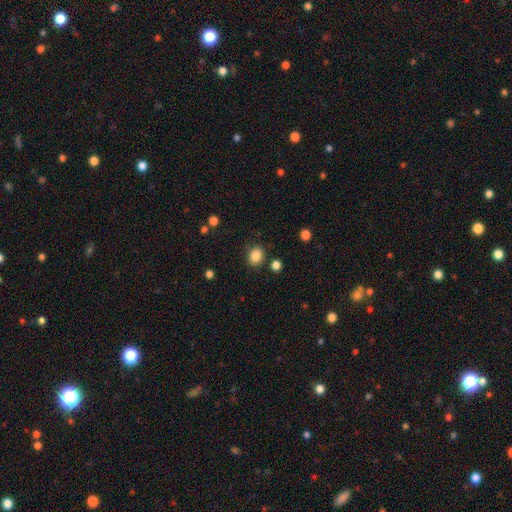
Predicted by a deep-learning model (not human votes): smooth_or_featured: smooth (p=0.85) [alt: star or artifact p=0.11]
how_rounded: round (p=0.64) [alt: in between p=0.35]
merging: none (p=0.84) [alt: minor disturbance p=0.10]